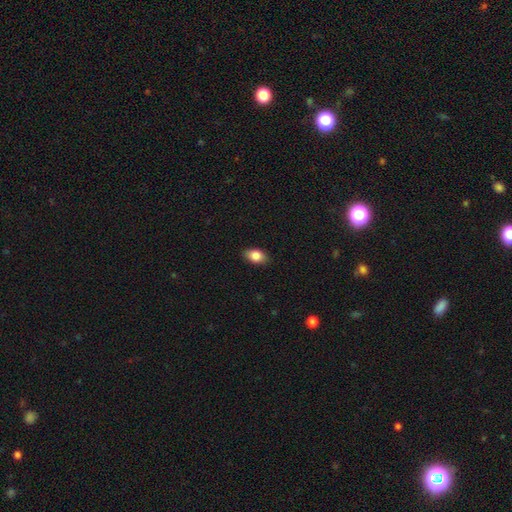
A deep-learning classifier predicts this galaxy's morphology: Smooth or featured: smooth — 85% (star or artifact — 8%)
How rounded: in between — 86% (round — 12%)
Merging: none — 87% (minor disturbance — 10%)